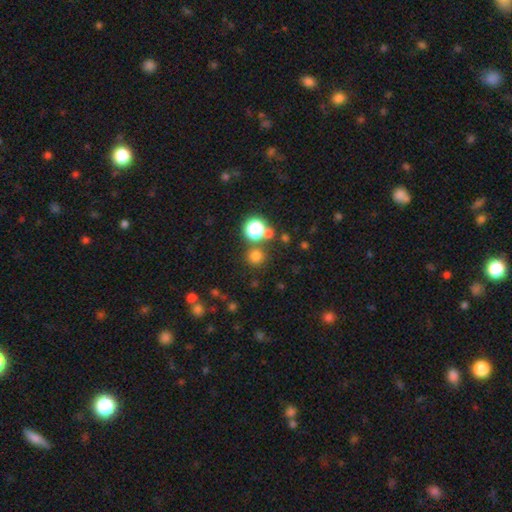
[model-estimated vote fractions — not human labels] Smooth or featured? smooth (73%)
How rounded? round (93%)
Merging? none (79%)